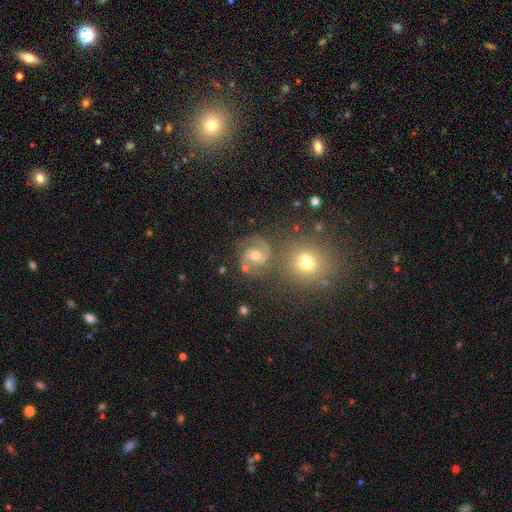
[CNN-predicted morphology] The model was most divided on "bar": weak: 44%, no: 41%, strong: 16%. More confident: edge-on disk — no (98%); spiral arms — yes (96%); spiral arm count — 2 (92%); smooth or featured — featured or disk (79%); merging — none (74%); bulge size — moderate (64%); spiral winding — medium (60%).